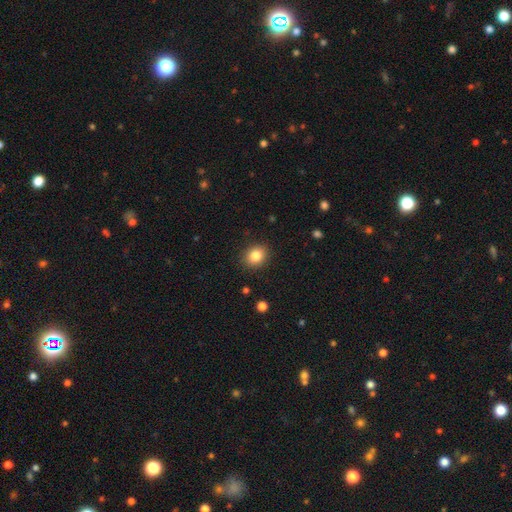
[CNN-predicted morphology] type=smooth (83%); roundness=round (61%); merging=none (89%).